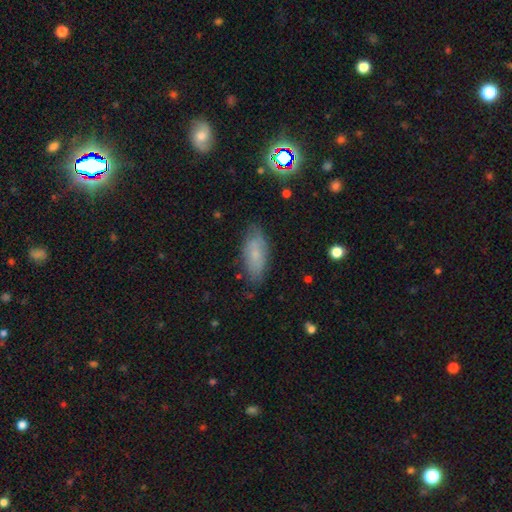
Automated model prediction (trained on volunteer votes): smooth_or_featured: smooth (p=0.67) [alt: featured or disk p=0.24]
how_rounded: in between (p=0.83) [alt: cigar-shaped p=0.14]
merging: none (p=0.75) [alt: minor disturbance p=0.19]